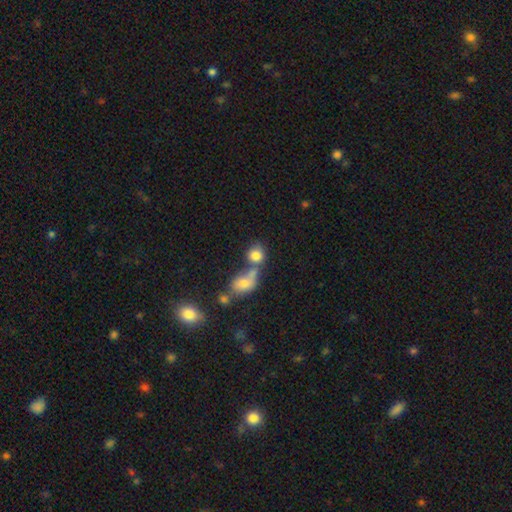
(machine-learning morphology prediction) This is likely a smooth galaxy (80%). How rounded: likely round (68%). Merging: marginally merger (44%).